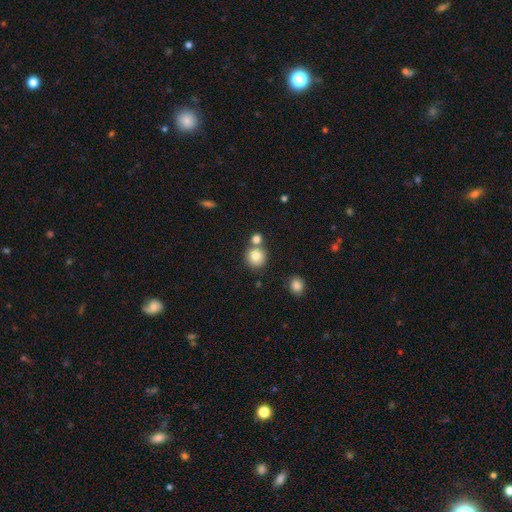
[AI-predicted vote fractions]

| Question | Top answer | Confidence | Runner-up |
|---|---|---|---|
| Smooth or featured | smooth | 80% | star or artifact (11%) |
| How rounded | round | 91% | in between (8%) |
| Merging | none | 68% | merger (22%) |